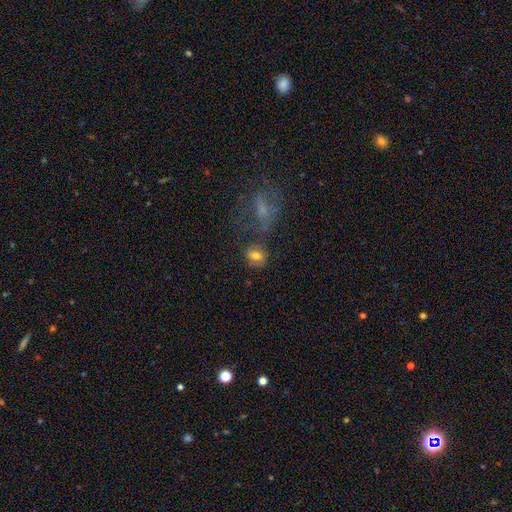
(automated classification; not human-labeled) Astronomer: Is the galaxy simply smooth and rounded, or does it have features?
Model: smooth — 71%.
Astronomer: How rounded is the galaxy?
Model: round — 56% (runner-up: in between, 43%).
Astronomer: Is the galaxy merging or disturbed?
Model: none — 68%.